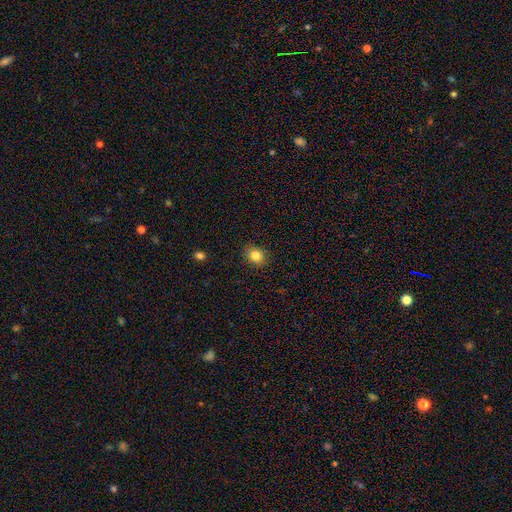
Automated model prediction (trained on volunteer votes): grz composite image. It shows a smooth galaxy with no disk features (83%) that is round (59%). Merging: none (88%).